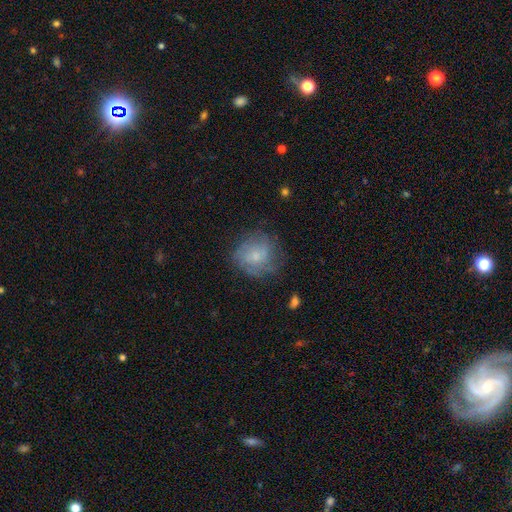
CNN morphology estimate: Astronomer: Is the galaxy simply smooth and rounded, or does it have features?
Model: smooth — 47% (runner-up: featured or disk, 43%).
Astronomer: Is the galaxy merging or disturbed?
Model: none — 65%.